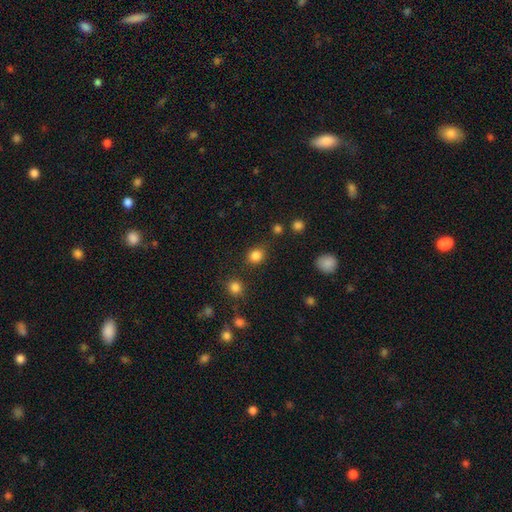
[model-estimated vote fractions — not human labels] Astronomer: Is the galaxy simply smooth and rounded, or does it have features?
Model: smooth — 83%.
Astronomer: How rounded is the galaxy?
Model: round — 77%.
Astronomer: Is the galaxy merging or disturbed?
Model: none — 79%.